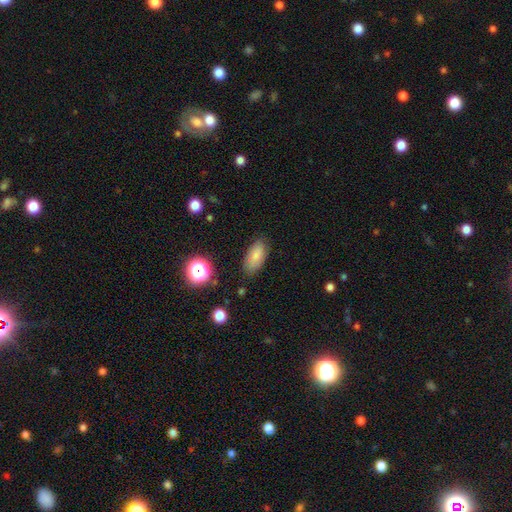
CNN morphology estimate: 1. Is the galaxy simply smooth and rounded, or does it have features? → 79% smooth, 12% featured or disk, 10% star or artifact.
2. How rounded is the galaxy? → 90% in between, 6% cigar-shaped, 4% round.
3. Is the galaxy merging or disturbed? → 79% none, 16% minor disturbance, 4% major disturbance, 2% merger.